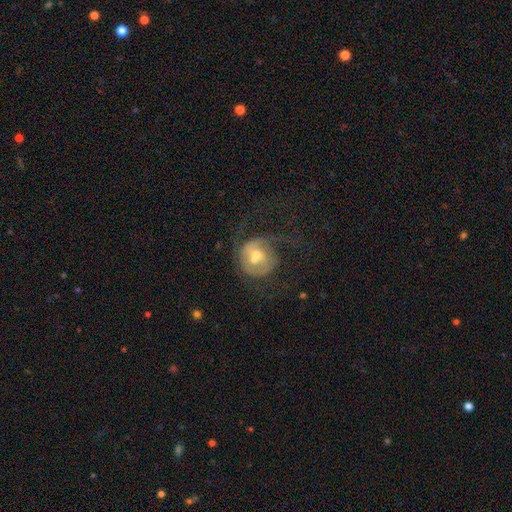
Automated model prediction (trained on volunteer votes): Q: Smooth or featured?
A: featured or disk (61%); runner-up: smooth (31%)
Q: Edge-on disk?
A: no (97%); runner-up: yes (3%)
Q: Bar?
A: no (49%); runner-up: weak (40%)
Q: Spiral arms?
A: yes (63%); runner-up: no (37%)
Q: Bulge size?
A: moderate (58%); runner-up: small (31%)
Q: Merging?
A: none (40%); runner-up: major disturbance (36%)